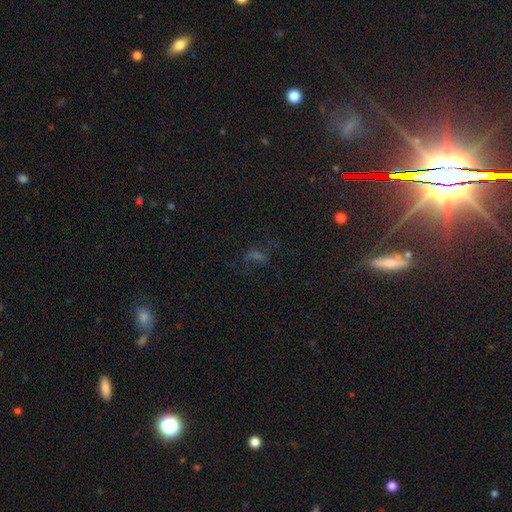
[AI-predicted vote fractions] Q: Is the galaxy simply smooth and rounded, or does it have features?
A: star or artifact — 45%.